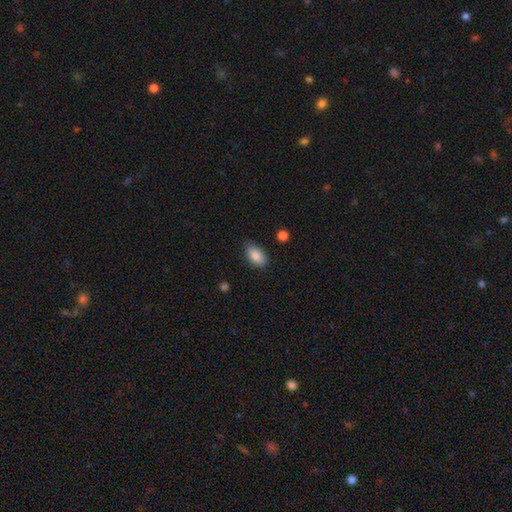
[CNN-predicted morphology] The model was most divided on "merging": none: 78%, minor disturbance: 17%, major disturbance: 3%, merger: 2%. More confident: how rounded — in between (92%); smooth or featured — smooth (88%).